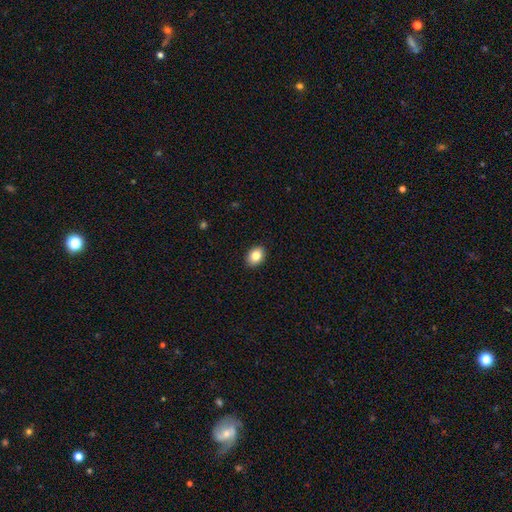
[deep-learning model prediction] smooth_or_featured: smooth (p=0.84) [alt: star or artifact p=0.08]
how_rounded: in between (p=0.68) [alt: round p=0.31]
merging: none (p=0.90) [alt: minor disturbance p=0.07]